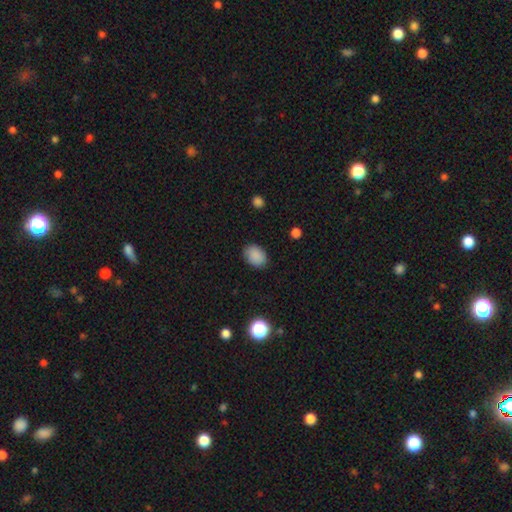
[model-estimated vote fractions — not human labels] The model was most divided on "how rounded": in between: 71%, round: 28%, cigar-shaped: 1%. More confident: smooth or featured — smooth (87%); merging — none (85%).